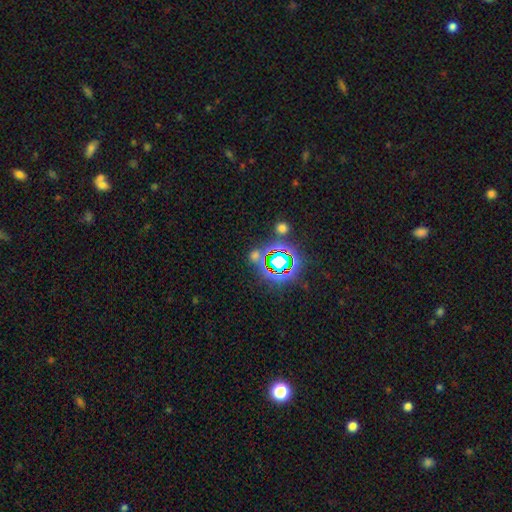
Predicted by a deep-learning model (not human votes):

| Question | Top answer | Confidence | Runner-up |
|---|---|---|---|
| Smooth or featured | star or artifact | 57% | smooth (34%) |